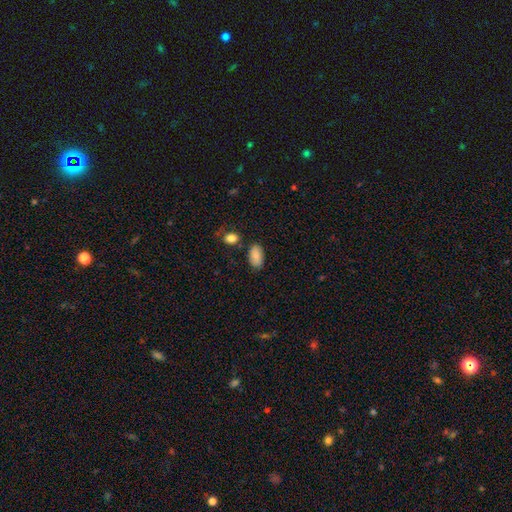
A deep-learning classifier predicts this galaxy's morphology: This is clearly a smooth galaxy (87%). How rounded: clearly in between (94%). Merging: likely none (80%).